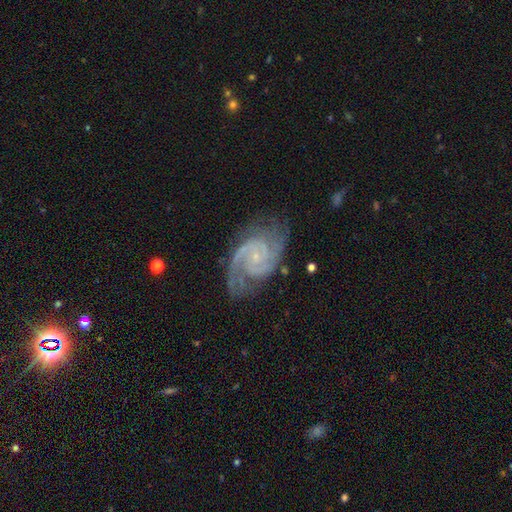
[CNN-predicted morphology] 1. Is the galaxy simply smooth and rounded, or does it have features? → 92% featured or disk, 5% star or artifact, 3% smooth.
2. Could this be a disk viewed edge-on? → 98% no, 2% yes.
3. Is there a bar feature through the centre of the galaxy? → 62% no, 32% weak, 6% strong.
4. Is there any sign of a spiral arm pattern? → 98% yes, 2% no.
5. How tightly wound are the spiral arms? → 47% medium, 45% tight, 8% loose.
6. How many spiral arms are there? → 69% 2, 13% 3, 7% can't tell, 4% 4, 4% 1, 4% more than 4.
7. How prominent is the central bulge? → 81% small, 11% moderate, 6% none, 1% large, 1% dominant.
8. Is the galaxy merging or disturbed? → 70% none, 19% minor disturbance, 8% major disturbance, 2% merger.